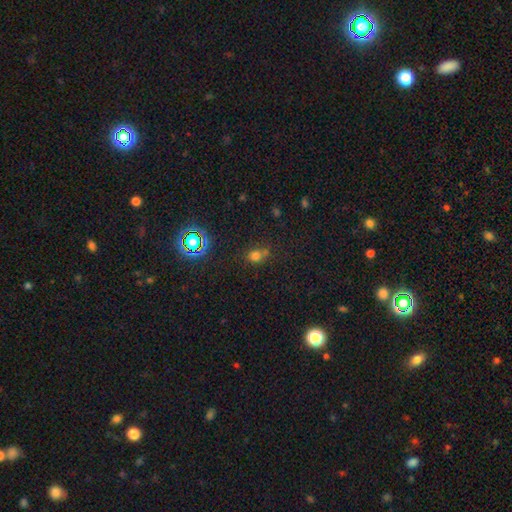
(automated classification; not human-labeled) Morphology: type=smooth (66%); roundness=round (66%); merging=none (58%).